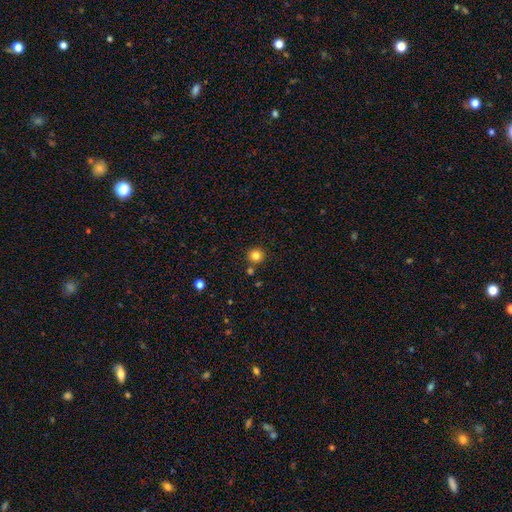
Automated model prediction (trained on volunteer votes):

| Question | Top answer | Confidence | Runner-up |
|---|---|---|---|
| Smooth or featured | smooth | 82% | star or artifact (12%) |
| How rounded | round | 93% | in between (6%) |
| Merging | none | 83% | merger (7%) |